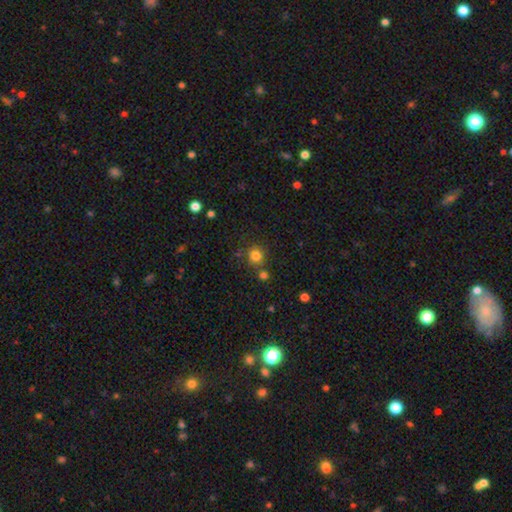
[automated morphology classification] A smooth galaxy with no disk features (80%) that is round (91%). Merging: none (75%).